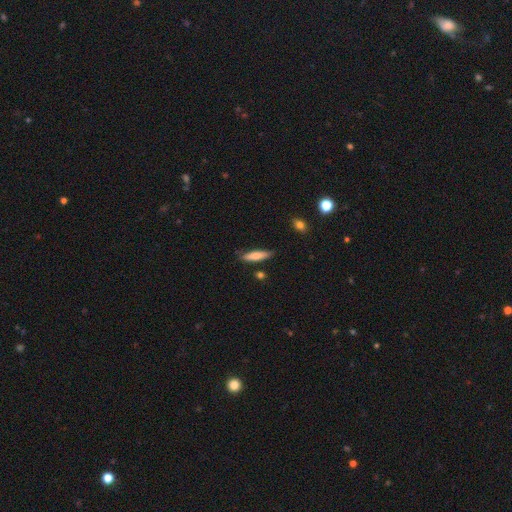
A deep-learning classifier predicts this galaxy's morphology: smooth 73%, featured or disk 20%, star or artifact 6%. Down the decision tree: how rounded — cigar-shaped (78%); merging — none (80%).